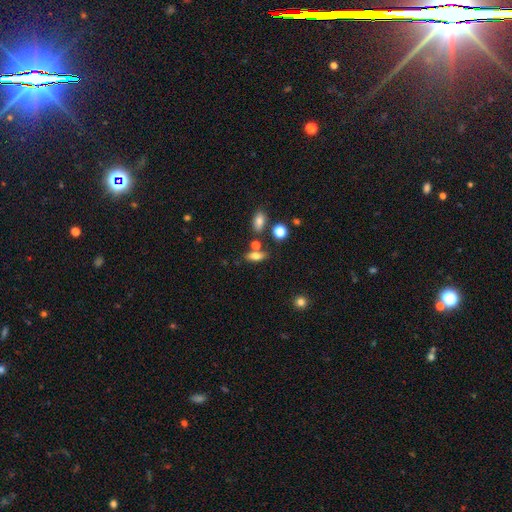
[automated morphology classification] Smooth or featured?
  - smooth: 70% *
  - featured or disk: 19%
  - star or artifact: 12%
How rounded?
  - in between: 71% *
  - cigar-shaped: 21%
  - round: 8%
Merging?
  - none: 66% *
  - merger: 15%
  - minor disturbance: 14%
  - major disturbance: 5%